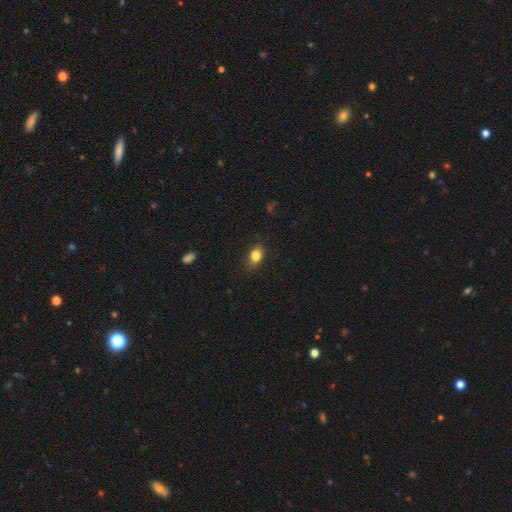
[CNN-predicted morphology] smooth 84%, star or artifact 10%, featured or disk 6%. Down the decision tree: how rounded — in between (76%); merging — none (83%).